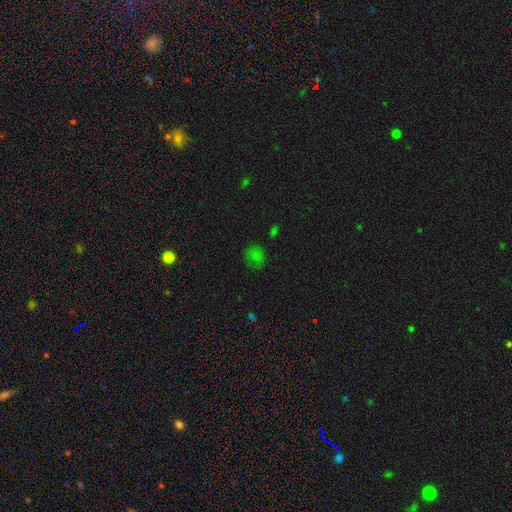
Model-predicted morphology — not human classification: Overall: smooth (68%). How rounded: round (71%). Merging: none (73%).